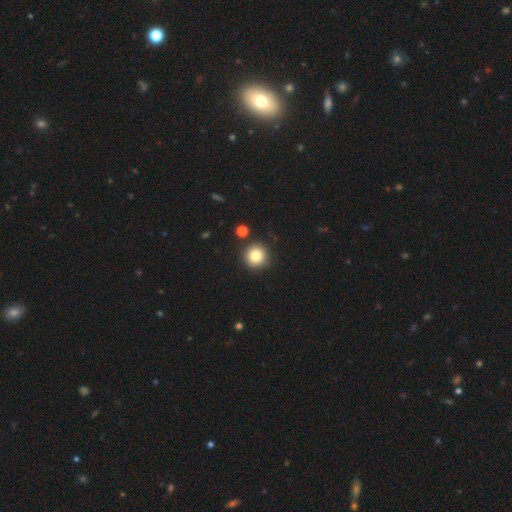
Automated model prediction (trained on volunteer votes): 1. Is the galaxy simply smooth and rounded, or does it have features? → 81% smooth, 11% star or artifact, 8% featured or disk.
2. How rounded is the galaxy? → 95% round, 4% in between, 1% cigar-shaped.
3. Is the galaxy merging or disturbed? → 87% none, 7% minor disturbance, 4% merger, 2% major disturbance.